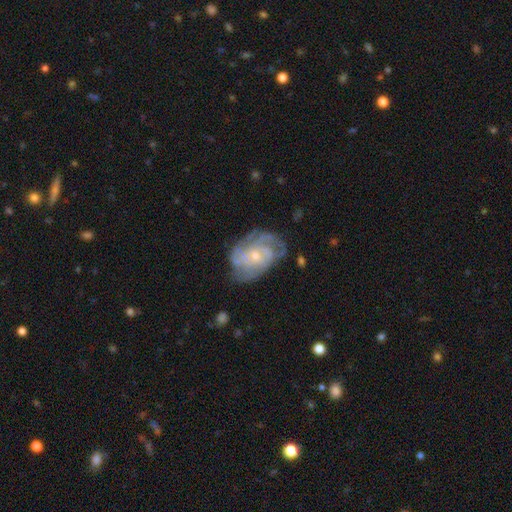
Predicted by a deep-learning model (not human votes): Smooth or featured? featured or disk (81%)
Edge-on disk? no (97%)
Bar? no (69%)
Spiral arms? yes (92%)
Spiral winding? tight (58%)
Spiral arm count? can't tell (36%)
Bulge size? small (66%)
Merging? none (64%)